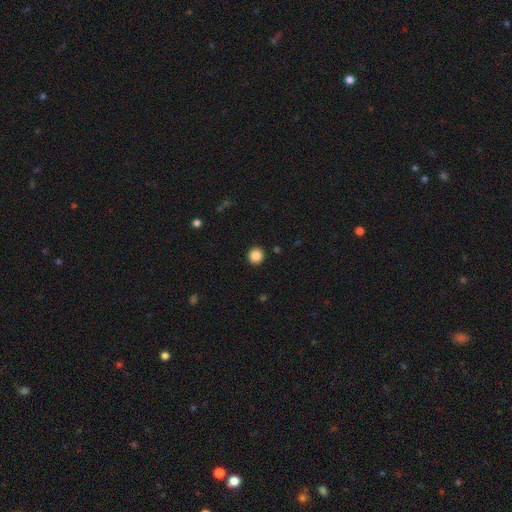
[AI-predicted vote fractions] smooth 86%, star or artifact 10%, featured or disk 4%. Down the decision tree: how rounded — round (94%); merging — none (93%).